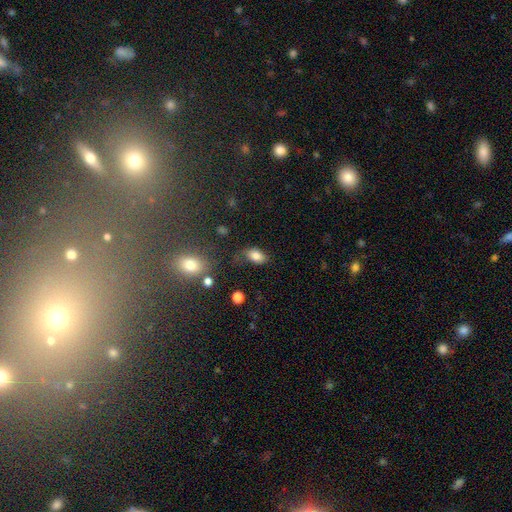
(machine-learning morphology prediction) This is clearly a smooth galaxy (83%). How rounded: clearly in between (90%). Merging: likely none (68%).